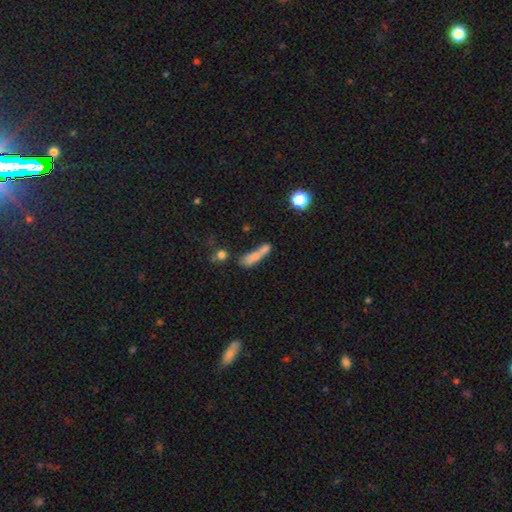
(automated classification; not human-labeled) This appears to be a smooth galaxy with no disk features (65%) that is cigar-shaped (71%). Merging: none (36%).